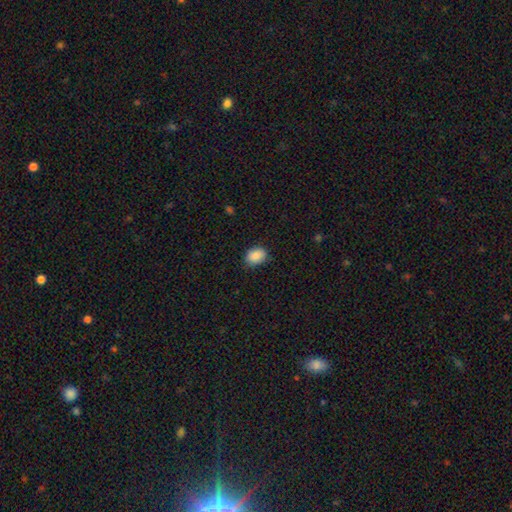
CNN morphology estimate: Smooth or featured? Predicted: smooth (p=0.87). How rounded? Predicted: in between (p=0.68). Merging? Predicted: none (p=0.82).